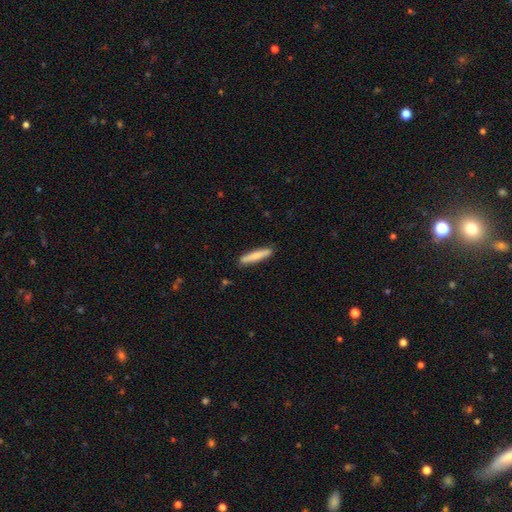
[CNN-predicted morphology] A smooth galaxy with no disk features (74%) that is cigar-shaped (93%). Merging: none (89%).